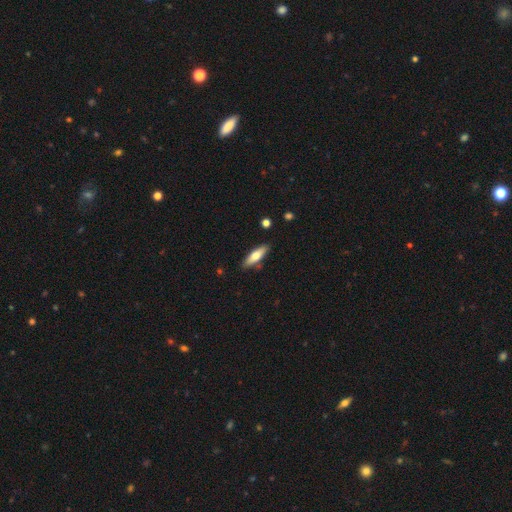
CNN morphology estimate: A smooth galaxy with no disk features (61%) that is cigar-shaped (56%).

Vote fractions:
- Smooth or featured? smooth: 61% / featured or disk: 33% / star or artifact: 6%
- How rounded? cigar-shaped: 56% / in between: 42% / round: 2%
- Merging? none: 85% / minor disturbance: 10% / merger: 2% / major disturbance: 2%